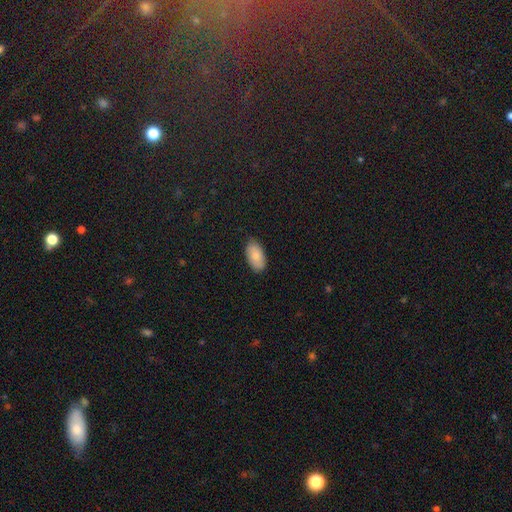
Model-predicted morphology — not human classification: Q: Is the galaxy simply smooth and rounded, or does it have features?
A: smooth — 83%.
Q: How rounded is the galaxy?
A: in between — 95%.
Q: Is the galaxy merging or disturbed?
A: none — 84%.